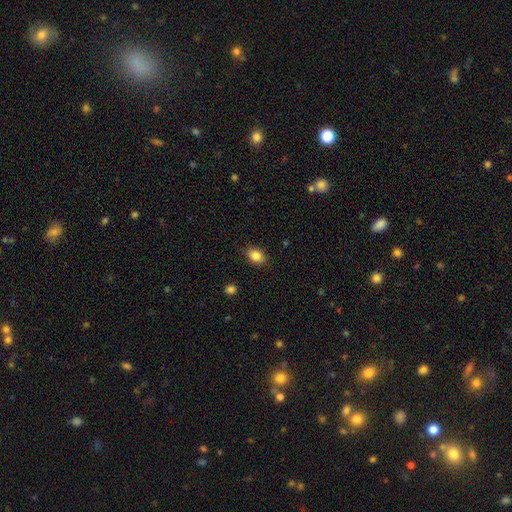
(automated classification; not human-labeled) This is clearly a smooth galaxy (85%). How rounded: likely in between (77%). Merging: clearly none (86%).